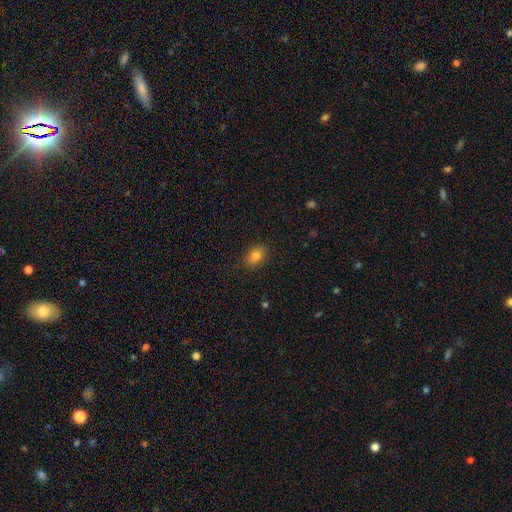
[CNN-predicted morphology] Smooth or featured? Predicted: smooth (p=0.81). How rounded? Predicted: in between (p=0.72). Merging? Predicted: none (p=0.87).